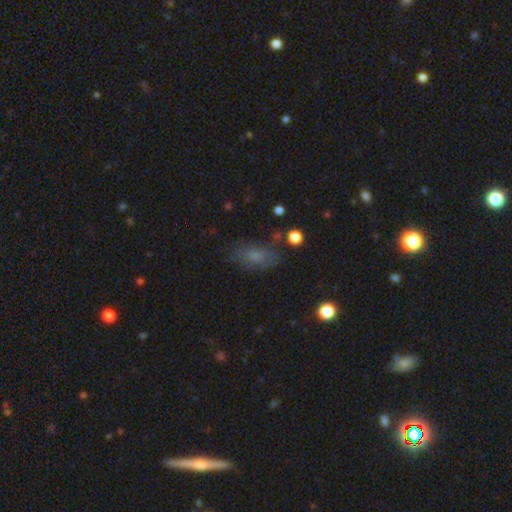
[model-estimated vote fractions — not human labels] Smooth or featured? Predicted: smooth (p=0.63). How rounded? Predicted: in between (p=0.85). Merging? Predicted: none (p=0.69).